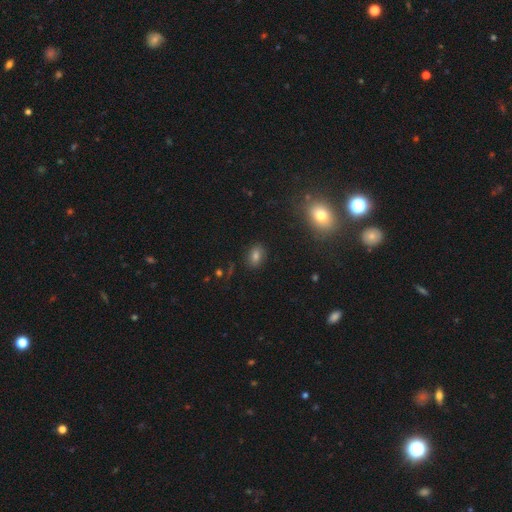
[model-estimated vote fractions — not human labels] This appears to be a smooth galaxy with no disk features (73%) that is in between round and cigar-shaped (73%). Merging: none (84%).